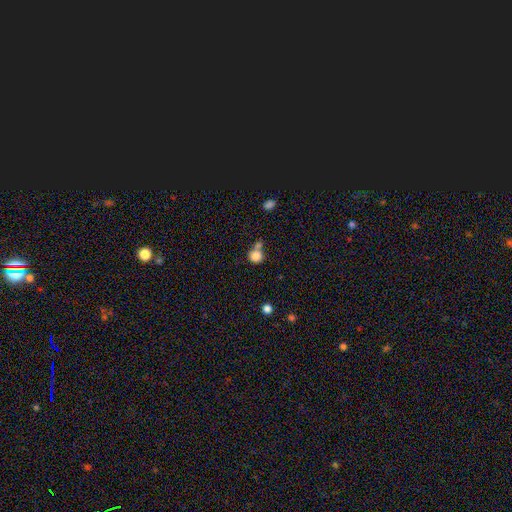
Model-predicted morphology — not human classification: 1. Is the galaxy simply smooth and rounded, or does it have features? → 83% smooth, 10% star or artifact, 6% featured or disk.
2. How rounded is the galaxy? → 83% round, 16% in between, 1% cigar-shaped.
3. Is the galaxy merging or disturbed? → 46% none, 37% merger, 11% minor disturbance, 6% major disturbance.